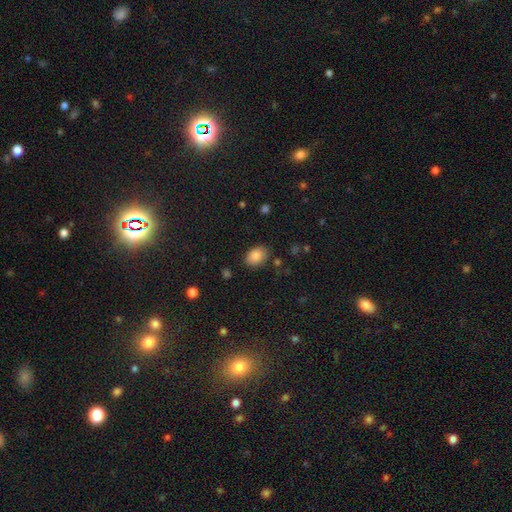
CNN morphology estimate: Smooth or featured? Predicted: smooth (p=0.85). How rounded? Predicted: in between (p=0.81). Merging? Predicted: none (p=0.82).